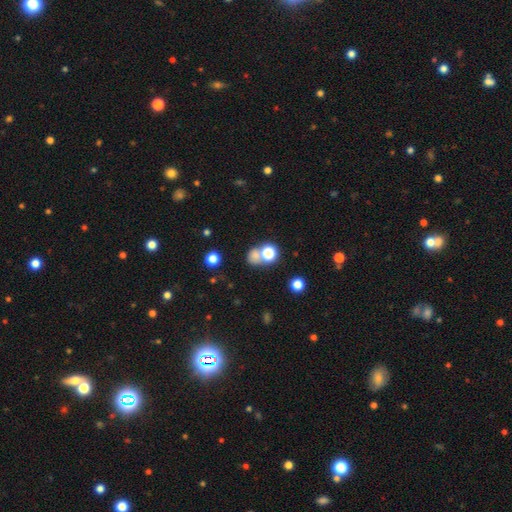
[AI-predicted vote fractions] Q: Smooth or featured?
A: smooth (65%); runner-up: star or artifact (23%)
Q: How rounded?
A: round (65%); runner-up: in between (34%)
Q: Merging?
A: none (43%); runner-up: merger (39%)